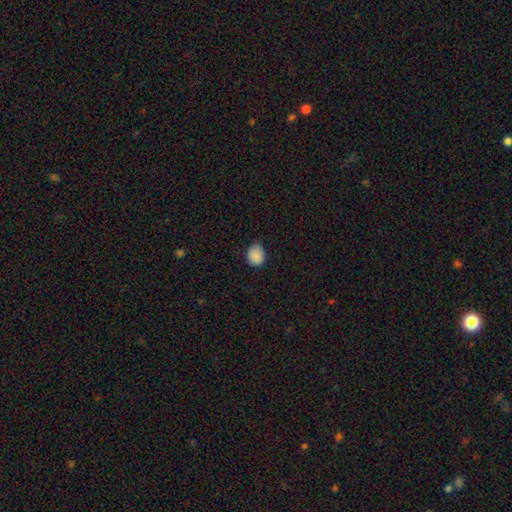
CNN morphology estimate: smooth_or_featured: smooth (p=0.88) [alt: star or artifact p=0.09]
how_rounded: round (p=0.52) [alt: in between p=0.47]
merging: none (p=0.70) [alt: minor disturbance p=0.26]